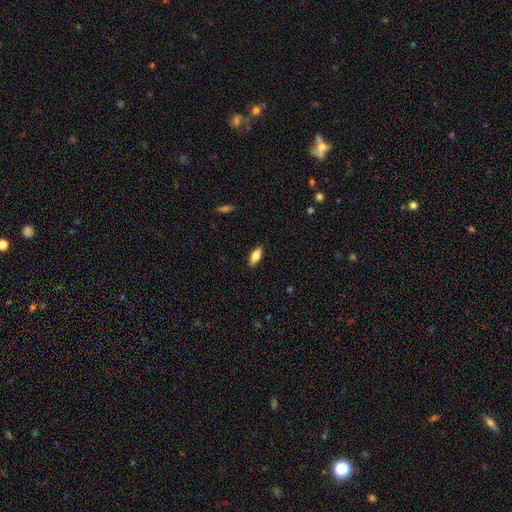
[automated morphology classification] smooth 74%, featured or disk 19%, star or artifact 7%. Down the decision tree: how rounded — in between (75%); merging — none (88%).